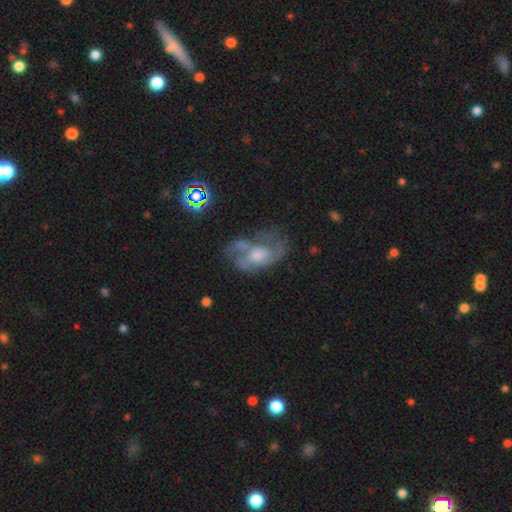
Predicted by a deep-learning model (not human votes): Morphology: type=featured or disk (69%); edge-on=no (96%); bar=no (69%); spiral arms=yes (73%); bulge=moderate (52%); merging=none (43%).